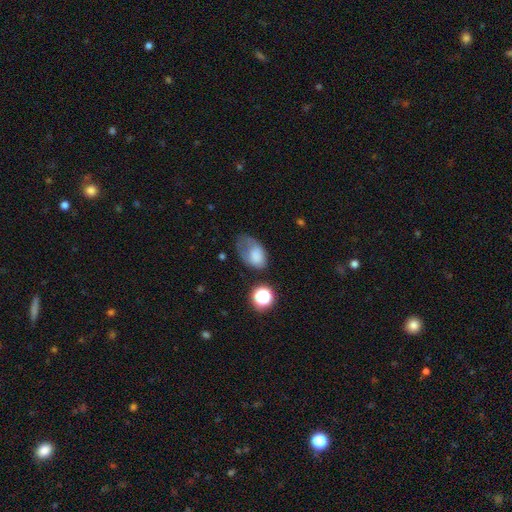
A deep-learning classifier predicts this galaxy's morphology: smooth 70%, featured or disk 19%, star or artifact 12%. Down the decision tree: how rounded — in between (82%); merging — major disturbance (35%).